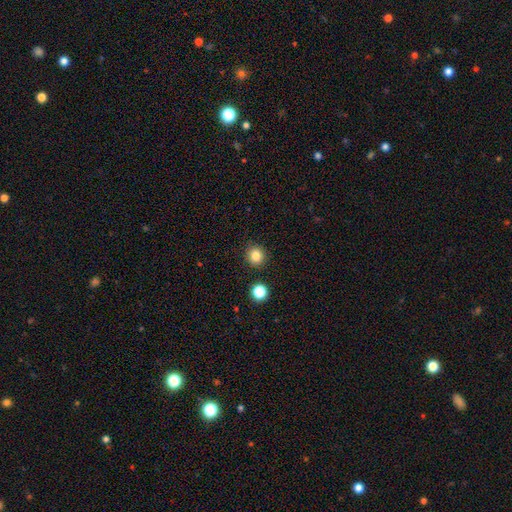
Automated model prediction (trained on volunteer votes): Smooth or featured? Predicted: smooth (p=0.83). How rounded? Predicted: round (p=0.92). Merging? Predicted: none (p=0.90).